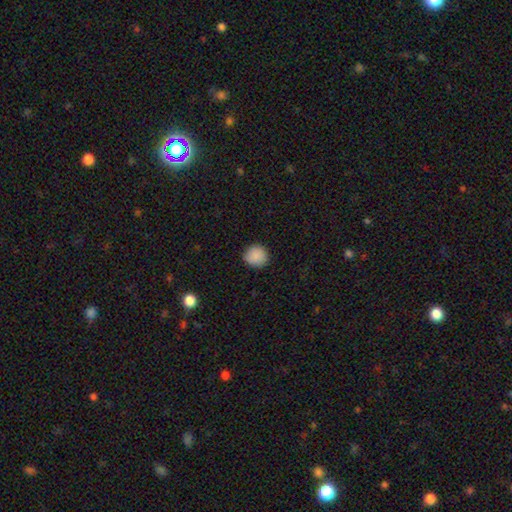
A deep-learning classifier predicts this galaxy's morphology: Smooth or featured?
  - smooth: 89% *
  - star or artifact: 8%
  - featured or disk: 3%
How rounded?
  - round: 92% *
  - in between: 7%
  - cigar-shaped: 1%
Merging?
  - none: 89% *
  - minor disturbance: 8%
  - major disturbance: 2%
  - merger: 1%